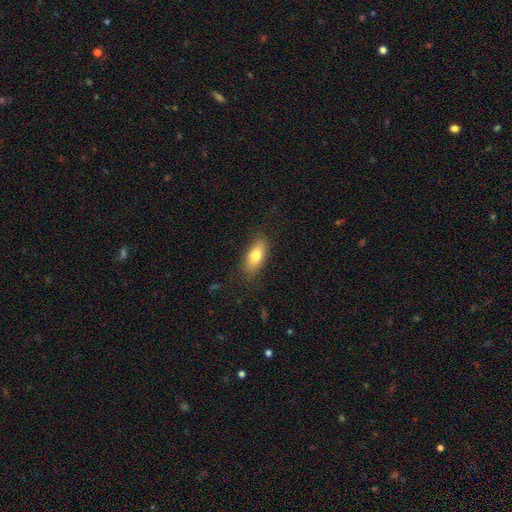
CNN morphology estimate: smooth 75%, featured or disk 18%, star or artifact 7%. Down the decision tree: how rounded — in between (79%); merging — none (82%).